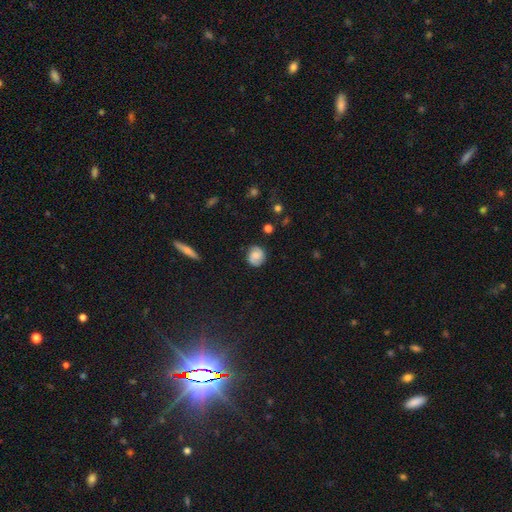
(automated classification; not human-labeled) A smooth galaxy with no disk features (60%) that is round (79%).

Vote fractions:
- Smooth or featured? smooth: 60% / featured or disk: 31% / star or artifact: 9%
- How rounded? round: 79% / in between: 20% / cigar-shaped: 1%
- Merging? none: 80% / minor disturbance: 14% / major disturbance: 4% / merger: 2%